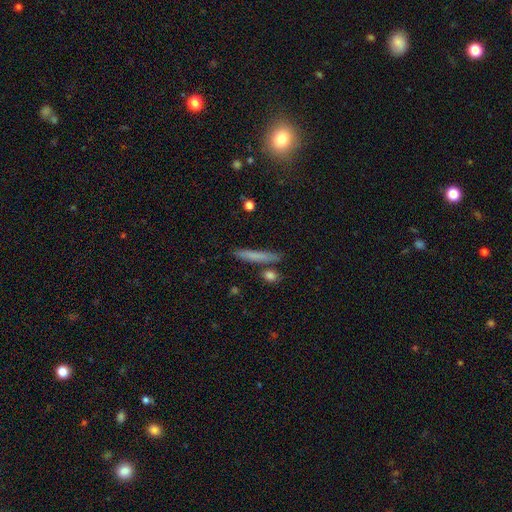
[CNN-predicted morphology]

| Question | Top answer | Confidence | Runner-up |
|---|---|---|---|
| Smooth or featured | smooth | 70% | featured or disk (22%) |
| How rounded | cigar-shaped | 93% | in between (5%) |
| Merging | none | 81% | minor disturbance (11%) |